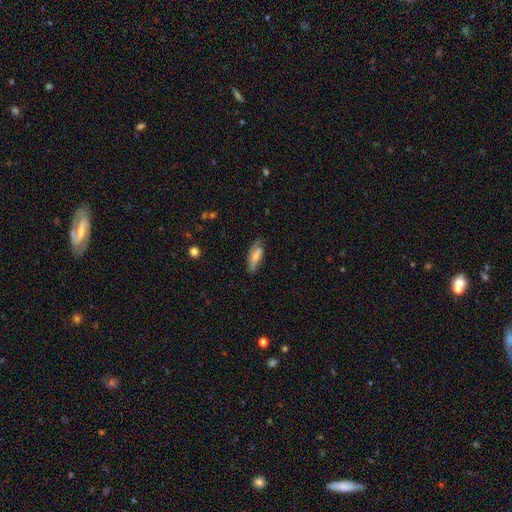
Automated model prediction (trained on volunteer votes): This appears to be a smooth galaxy with no disk features (63%) that is in between round and cigar-shaped (65%). Merging: none (58%).